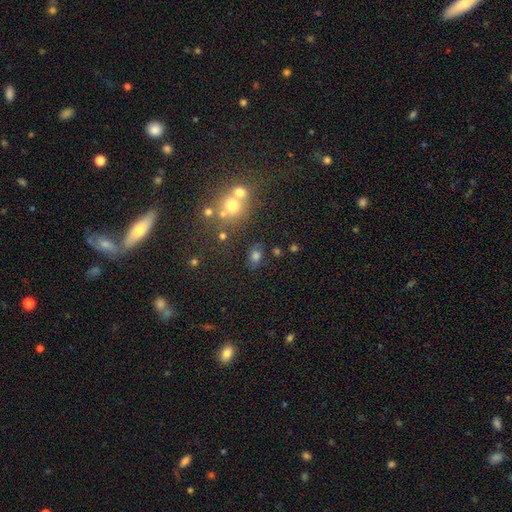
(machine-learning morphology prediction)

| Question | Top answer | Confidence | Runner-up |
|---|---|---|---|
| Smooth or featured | smooth | 74% | star or artifact (16%) |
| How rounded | in between | 69% | round (29%) |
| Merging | none | 72% | minor disturbance (13%) |